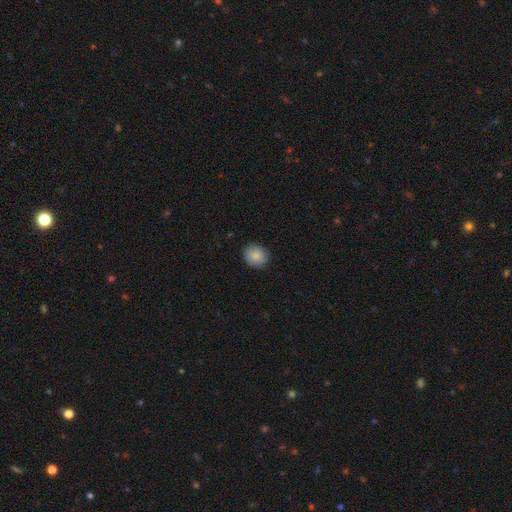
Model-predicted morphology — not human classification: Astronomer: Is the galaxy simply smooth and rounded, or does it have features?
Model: smooth — 86%.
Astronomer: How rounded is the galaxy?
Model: round — 79%.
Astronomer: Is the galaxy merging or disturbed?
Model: none — 88%.